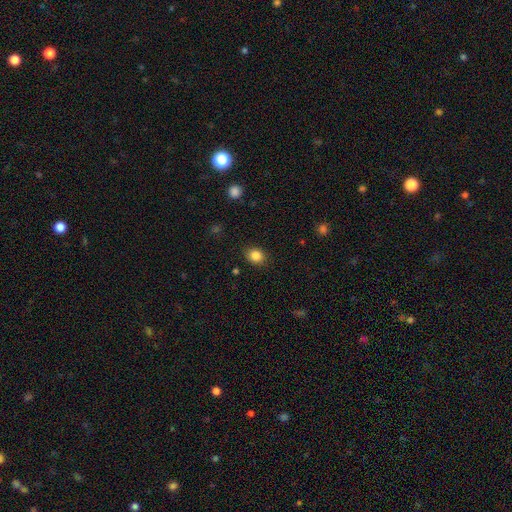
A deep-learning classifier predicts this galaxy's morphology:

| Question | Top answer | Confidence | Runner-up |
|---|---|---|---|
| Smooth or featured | smooth | 85% | star or artifact (10%) |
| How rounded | round | 65% | in between (34%) |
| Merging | none | 89% | minor disturbance (8%) |